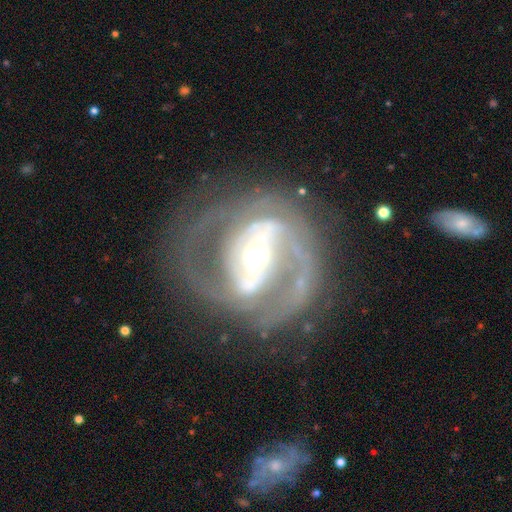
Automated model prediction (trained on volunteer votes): This is clearly a featured or disk galaxy (88%). It is clearly not viewed edge-on (97%). Bar: possibly strong (54%). Spiral arm pattern: clearly yes (92%). Spiral arm count: likely 2 (71%). Spiral winding: possibly medium (47%). Central bulge: likely moderate (60%). Merging: likely none (67%).